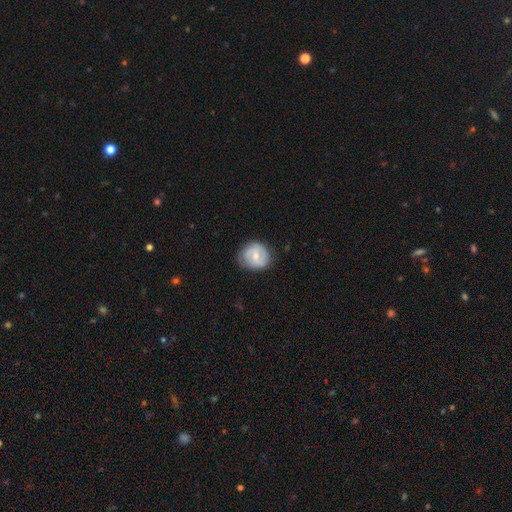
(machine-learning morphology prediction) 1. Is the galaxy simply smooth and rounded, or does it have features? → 47% featured or disk, 46% smooth, 6% star or artifact.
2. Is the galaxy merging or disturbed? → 74% none, 20% minor disturbance, 5% major disturbance, 1% merger.